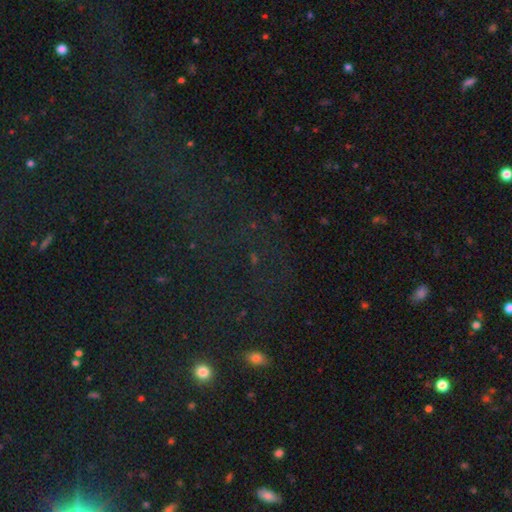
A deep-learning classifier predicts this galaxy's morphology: Smooth or featured? Predicted: star or artifact (p=0.70).